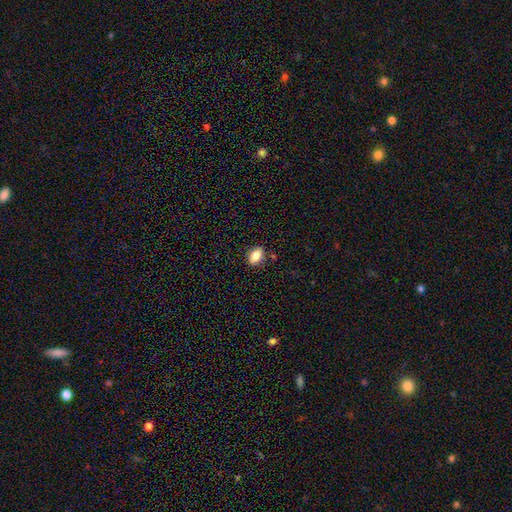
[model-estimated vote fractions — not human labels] smooth-or-featured: smooth: 80% | featured or disk: 11% | star or artifact: 9%
  how-rounded: in between: 83% | round: 14% | cigar-shaped: 4%
  merging: none: 86% | minor disturbance: 10% | merger: 2% | major disturbance: 2%